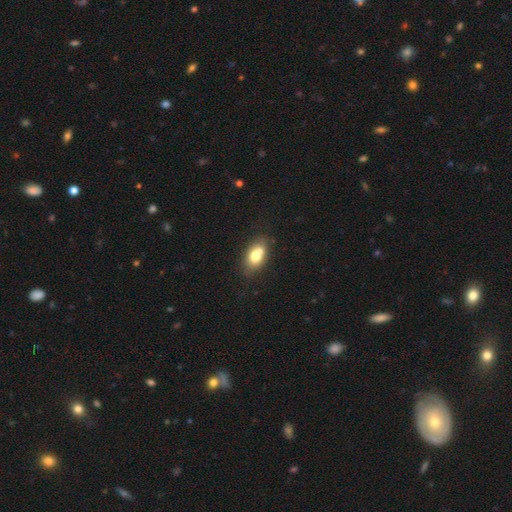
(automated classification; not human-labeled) smooth_or_featured: smooth (p=0.71) [alt: featured or disk p=0.20]
how_rounded: in between (p=0.83) [alt: round p=0.14]
merging: none (p=0.57) [alt: merger p=0.23]